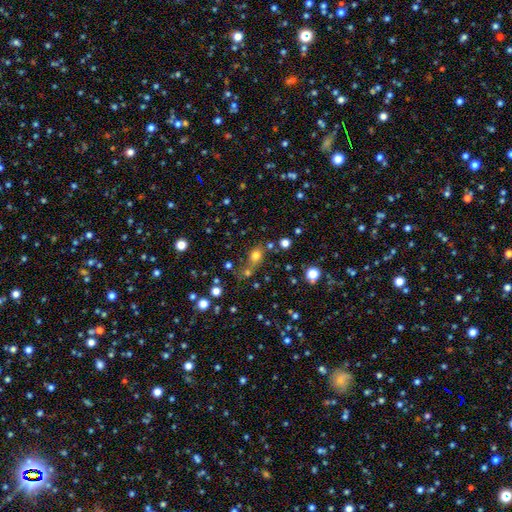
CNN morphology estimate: Smooth or featured: smooth — 73% (star or artifact — 19%)
How rounded: round — 60% (in between — 38%)
Merging: none — 56% (merger — 22%)